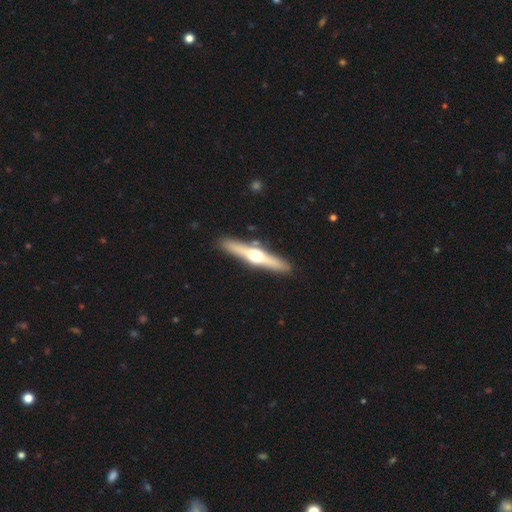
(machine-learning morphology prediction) Smooth or featured? featured or disk (68%)
Edge-on disk? yes (96%)
Edge-on bulge? rounded (95%)
Merging? none (88%)